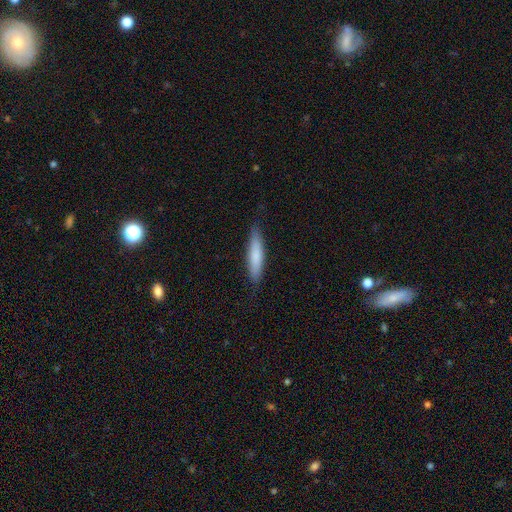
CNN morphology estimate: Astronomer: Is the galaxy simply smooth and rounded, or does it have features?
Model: smooth — 76%.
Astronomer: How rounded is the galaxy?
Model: cigar-shaped — 84%.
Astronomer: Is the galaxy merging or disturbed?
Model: none — 85%.